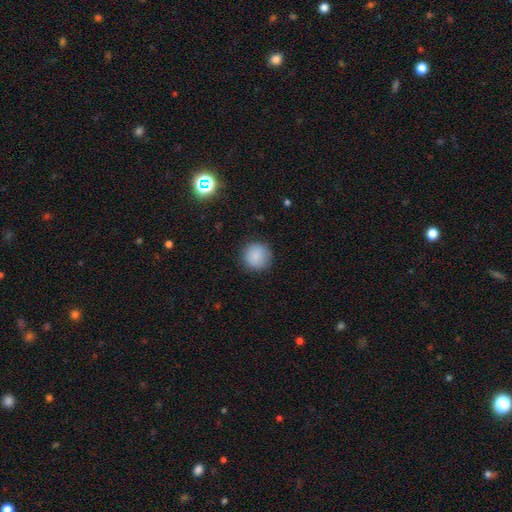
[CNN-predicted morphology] smooth 88%, star or artifact 8%, featured or disk 4%. Down the decision tree: how rounded — round (93%); merging — none (87%).